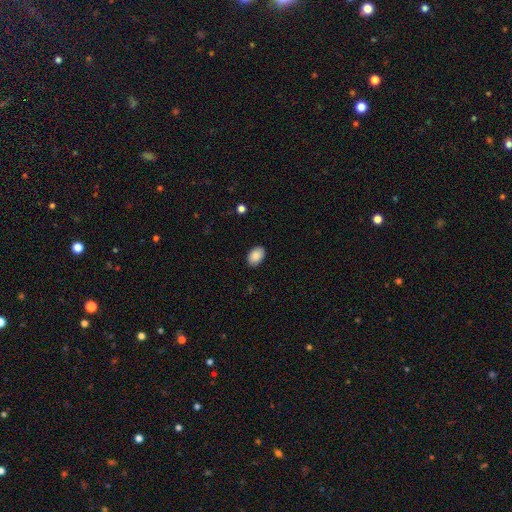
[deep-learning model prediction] Smooth or featured? Predicted: smooth (p=0.89). How rounded? Predicted: in between (p=0.86). Merging? Predicted: none (p=0.88).